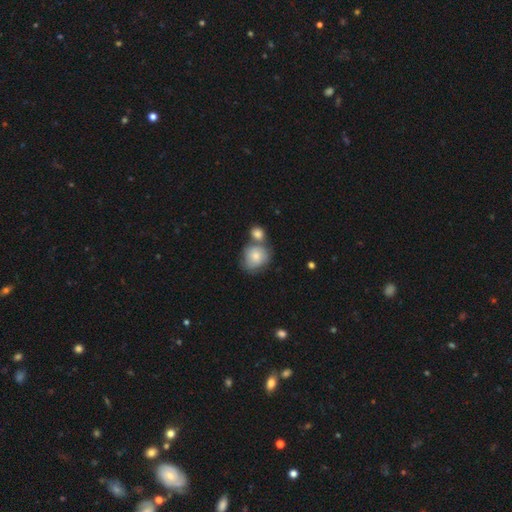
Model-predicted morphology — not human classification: This is likely a smooth galaxy (75%). How rounded: likely round (73%). Merging: marginally none (42%).